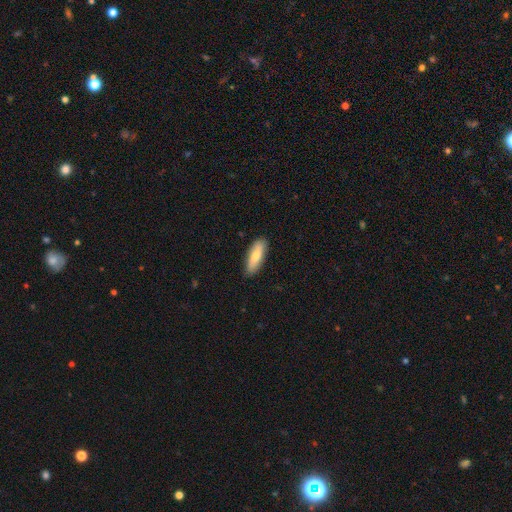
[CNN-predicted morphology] This is likely a smooth galaxy (78%). How rounded: possibly in between (58%). Merging: clearly none (86%).